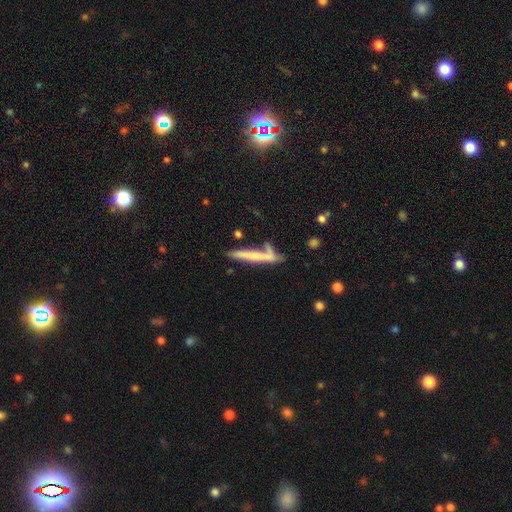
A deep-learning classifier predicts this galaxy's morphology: type=smooth (53%); roundness=cigar-shaped (93%); merging=none (57%).